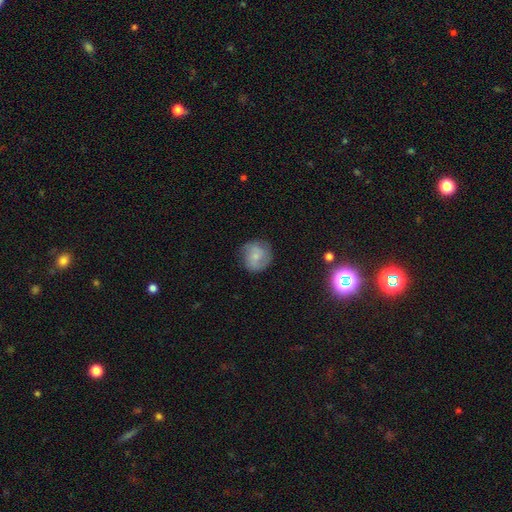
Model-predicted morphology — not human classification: Smooth or featured: smooth — 51% (featured or disk — 41%)
How rounded: round — 87% (in between — 12%)
Merging: none — 75% (minor disturbance — 18%)